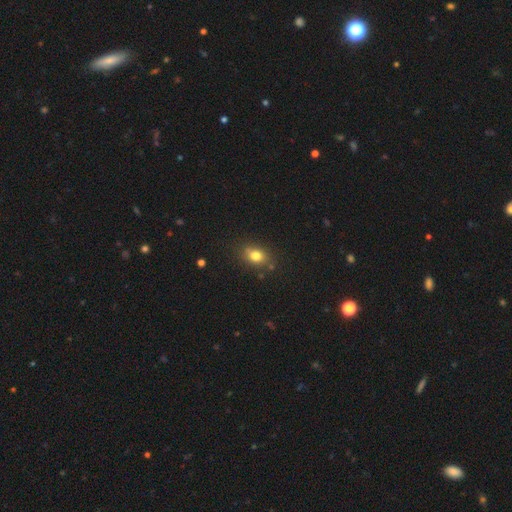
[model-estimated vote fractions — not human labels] Smooth or featured: smooth — 78% (star or artifact — 12%)
How rounded: in between — 65% (round — 33%)
Merging: none — 79% (minor disturbance — 14%)